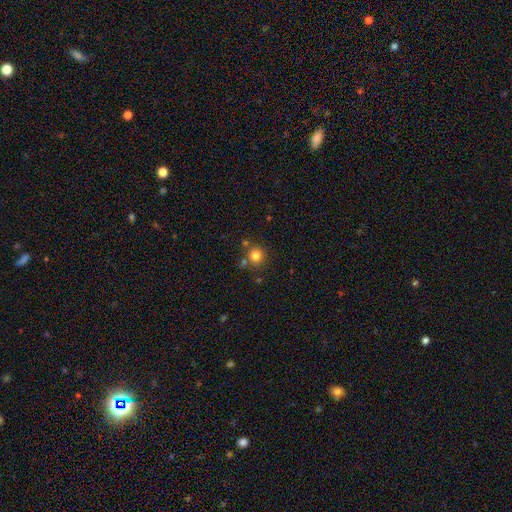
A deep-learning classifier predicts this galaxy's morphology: Overall: smooth (80%). How rounded: round (92%). Merging: none (77%).